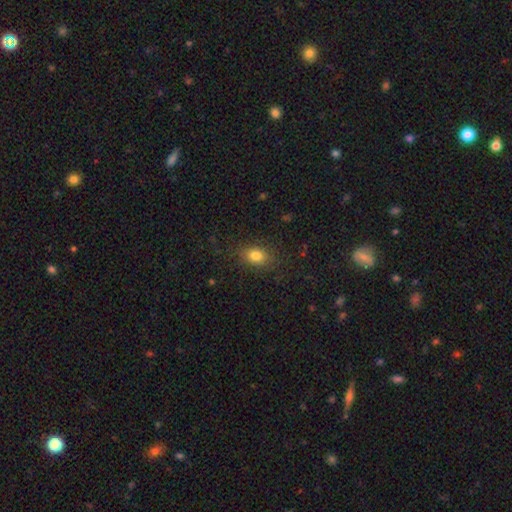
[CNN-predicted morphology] smooth-or-featured: smooth: 81% | star or artifact: 12% | featured or disk: 8%
  how-rounded: in between: 71% | round: 27% | cigar-shaped: 2%
  merging: none: 83% | minor disturbance: 11% | major disturbance: 4% | merger: 1%